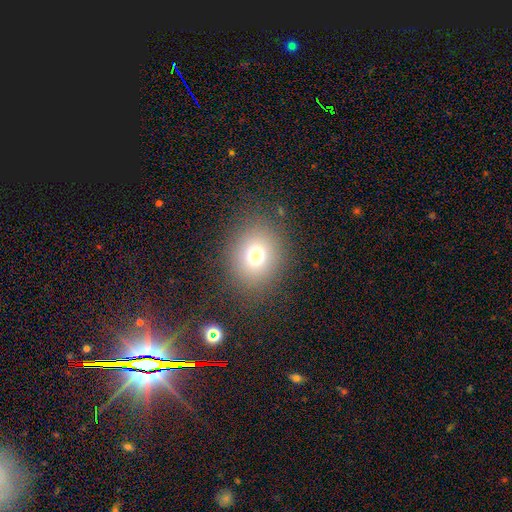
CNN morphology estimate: Q: Smooth or featured?
A: smooth (73%); runner-up: star or artifact (18%)
Q: How rounded?
A: round (72%); runner-up: in between (28%)
Q: Merging?
A: none (85%); runner-up: minor disturbance (8%)